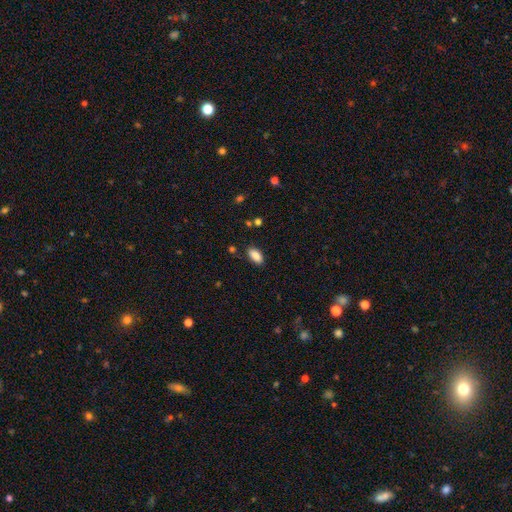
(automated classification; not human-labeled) Smooth or featured: smooth — 87% (star or artifact — 8%)
How rounded: in between — 92% (cigar-shaped — 4%)
Merging: none — 85% (minor disturbance — 11%)